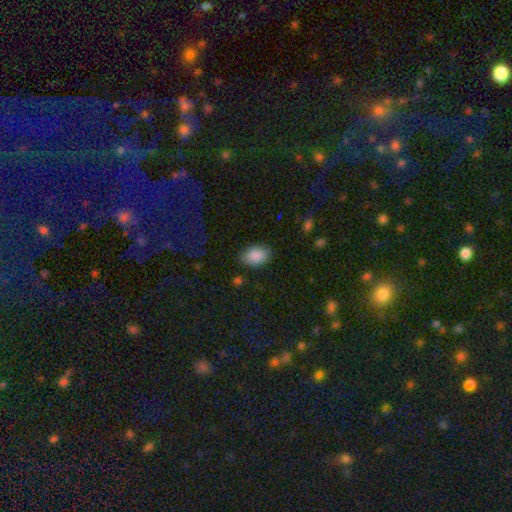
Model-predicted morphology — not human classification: This appears to be a smooth galaxy with no disk features (89%) that is in between round and cigar-shaped (87%). Merging: none (80%).